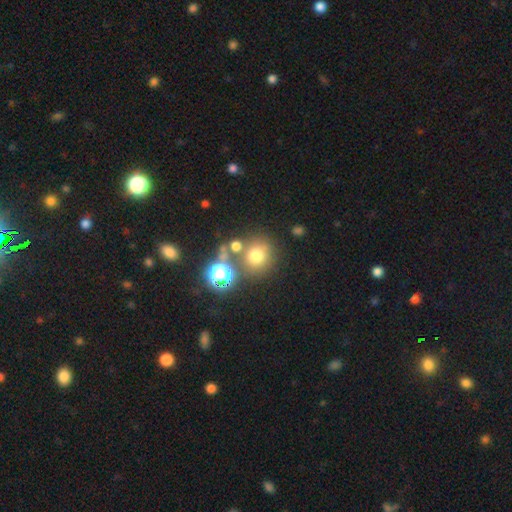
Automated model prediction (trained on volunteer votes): The model was most divided on "smooth or featured": smooth: 68%, star or artifact: 22%, featured or disk: 10%. More confident: how rounded — round (88%); merging — none (65%).